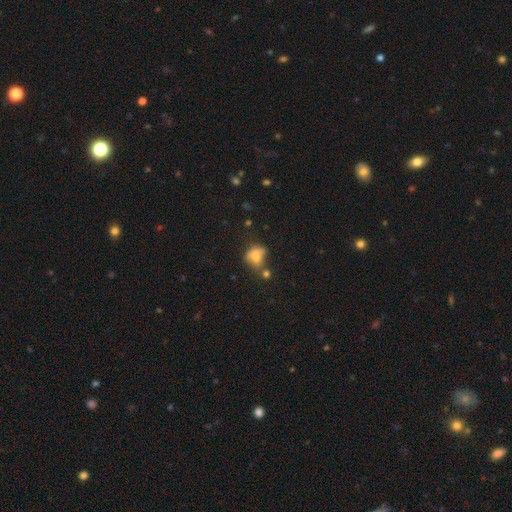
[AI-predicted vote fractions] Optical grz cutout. It shows a smooth galaxy with no disk features (69%) that is round (50%). Merging: none (37%).